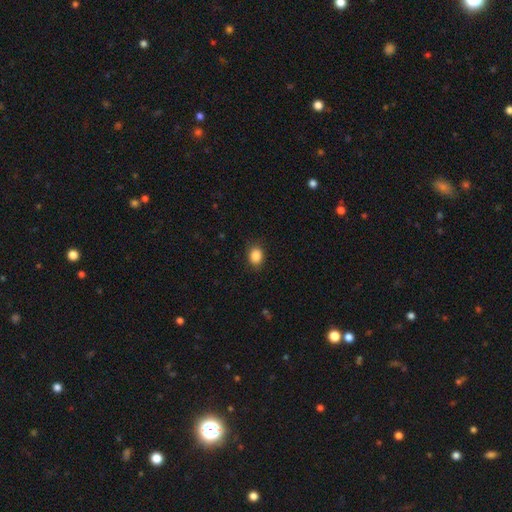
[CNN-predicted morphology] The model was most divided on "how rounded": in between: 57%, round: 42%, cigar-shaped: 1%. More confident: smooth or featured — smooth (87%); merging — none (85%).